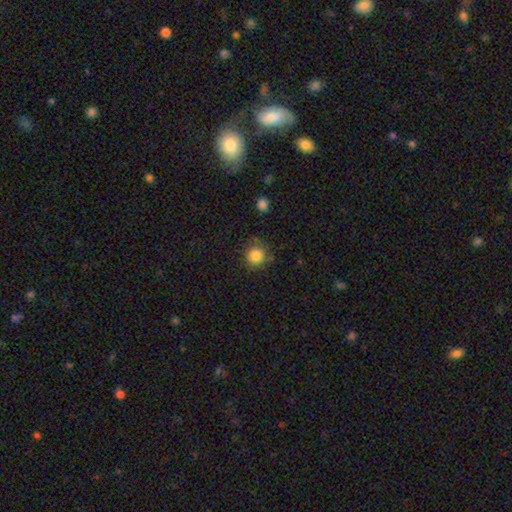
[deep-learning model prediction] Overall: smooth (85%). How rounded: round (93%). Merging: none (80%).